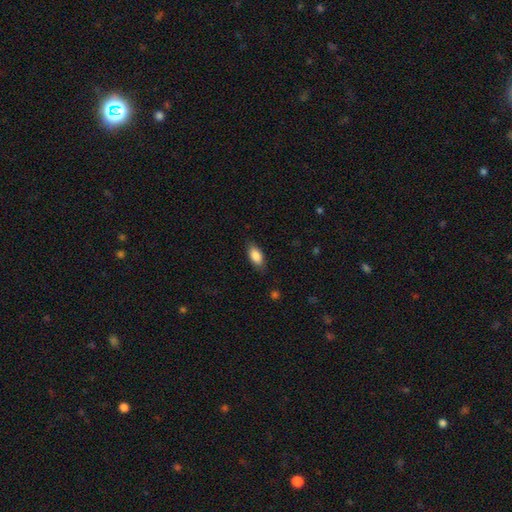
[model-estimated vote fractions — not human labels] smooth-or-featured: smooth: 86% | featured or disk: 8% | star or artifact: 6%
  how-rounded: in between: 90% | cigar-shaped: 8% | round: 3%
  merging: none: 82% | minor disturbance: 13% | major disturbance: 3% | merger: 1%